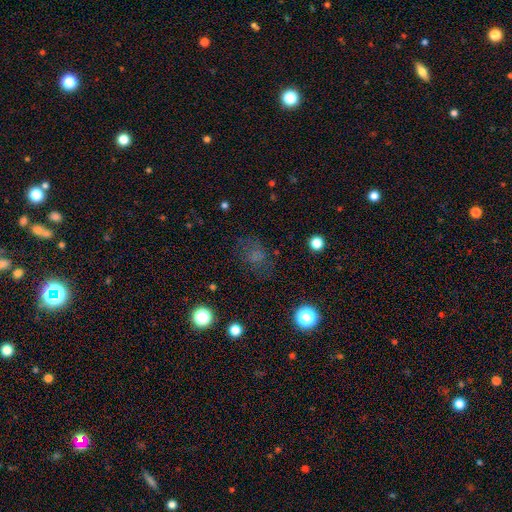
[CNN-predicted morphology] Smooth or featured: smooth — 59% (star or artifact — 26%)
How rounded: round — 50% (in between — 48%)
Merging: none — 68% (minor disturbance — 18%)